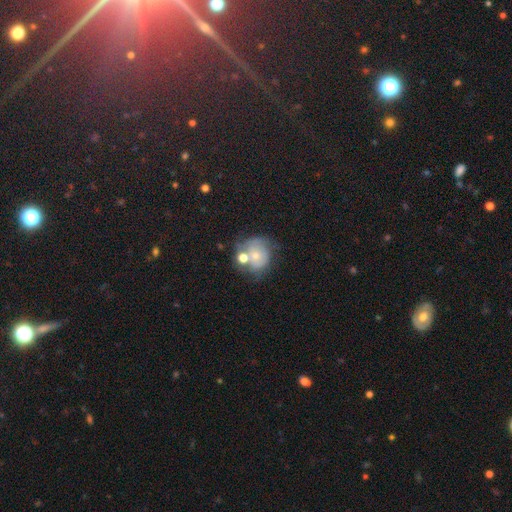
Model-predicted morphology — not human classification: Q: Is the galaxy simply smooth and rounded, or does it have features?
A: smooth — 53%.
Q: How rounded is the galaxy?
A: round — 76%.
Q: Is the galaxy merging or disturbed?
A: none — 36%.